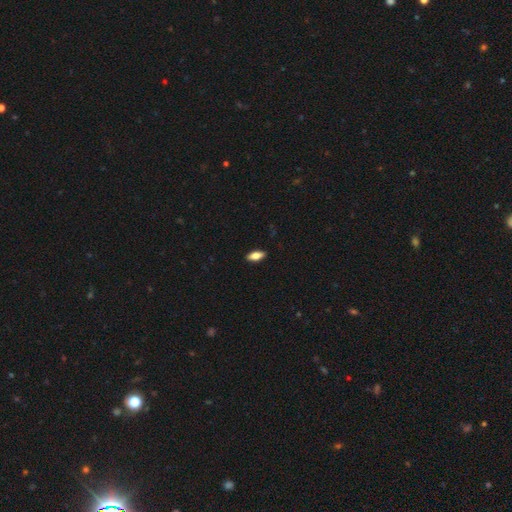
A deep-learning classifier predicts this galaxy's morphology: Smooth or featured?
  - smooth: 78% *
  - featured or disk: 16%
  - star or artifact: 7%
How rounded?
  - in between: 82% *
  - cigar-shaped: 16%
  - round: 3%
Merging?
  - none: 90% *
  - minor disturbance: 8%
  - major disturbance: 2%
  - merger: 1%